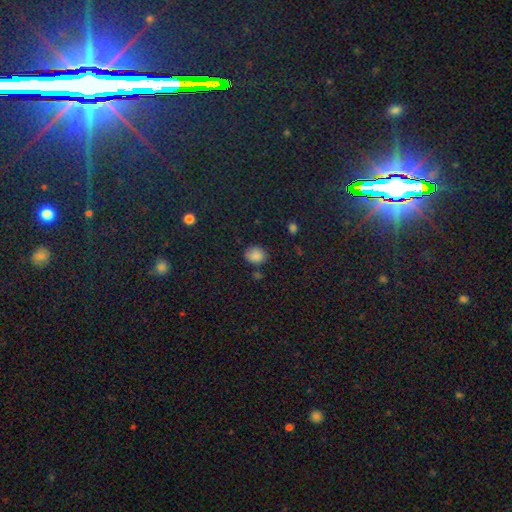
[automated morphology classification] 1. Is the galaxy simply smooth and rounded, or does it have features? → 82% smooth, 13% star or artifact, 5% featured or disk.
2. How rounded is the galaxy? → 64% round, 35% in between, 1% cigar-shaped.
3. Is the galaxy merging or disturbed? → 73% none, 18% minor disturbance, 4% major disturbance, 4% merger.